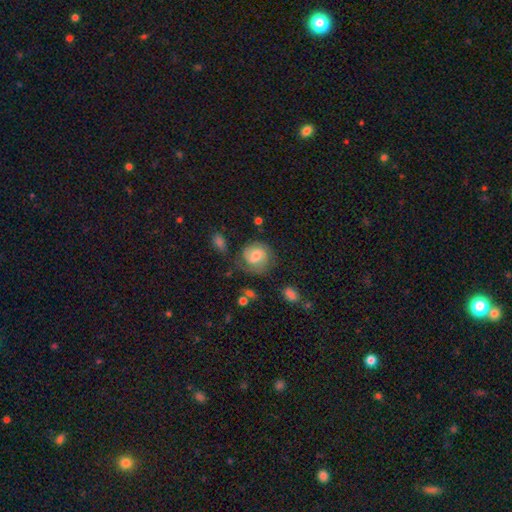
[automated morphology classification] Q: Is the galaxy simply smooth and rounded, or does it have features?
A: featured or disk — 51%.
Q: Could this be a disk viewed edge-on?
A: no — 97%.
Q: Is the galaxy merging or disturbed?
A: none — 61%.